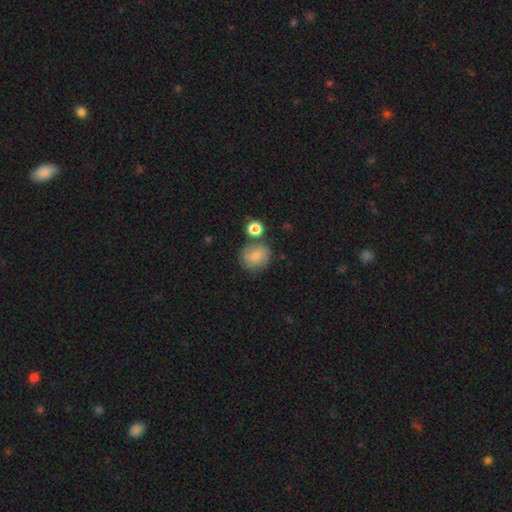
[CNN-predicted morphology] Q: Smooth or featured?
A: smooth (79%); runner-up: featured or disk (12%)
Q: How rounded?
A: round (76%); runner-up: in between (23%)
Q: Merging?
A: none (69%); runner-up: minor disturbance (14%)